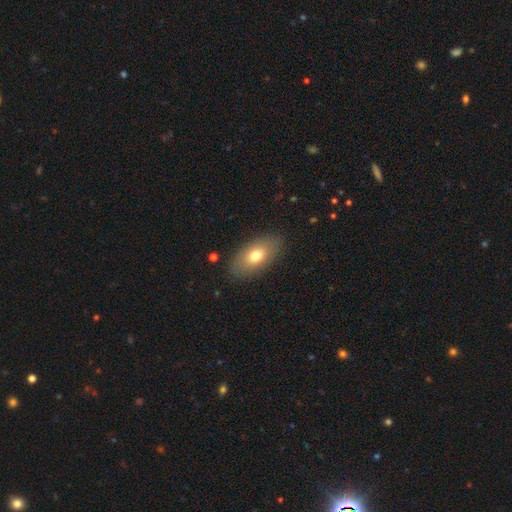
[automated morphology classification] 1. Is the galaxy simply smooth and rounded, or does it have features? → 71% smooth, 21% featured or disk, 8% star or artifact.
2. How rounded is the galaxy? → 89% in between, 6% round, 5% cigar-shaped.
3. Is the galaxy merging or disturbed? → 86% none, 10% minor disturbance, 3% major disturbance, 1% merger.